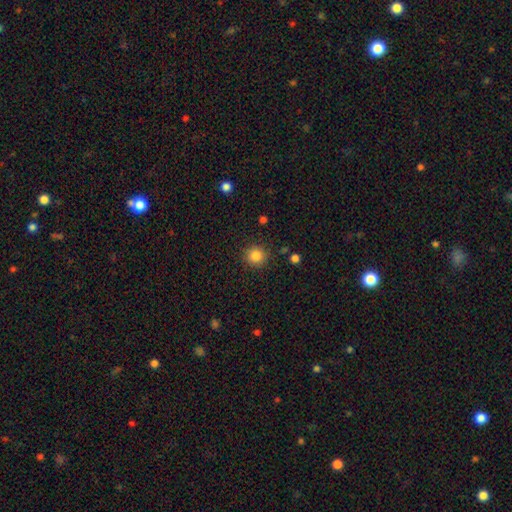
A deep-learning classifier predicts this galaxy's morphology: Overall: smooth (85%). How rounded: round (92%). Merging: none (89%).